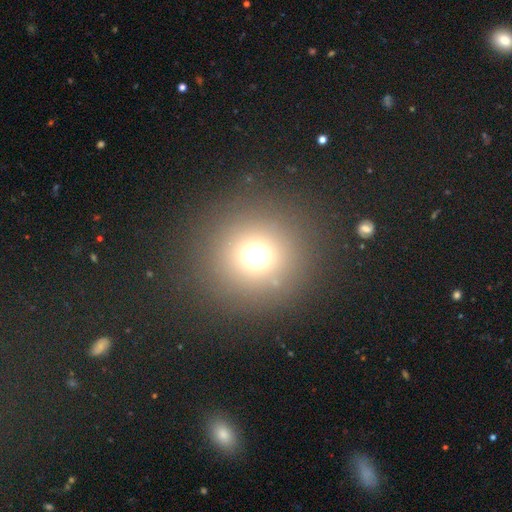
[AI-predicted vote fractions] Smooth or featured: smooth — 66% (star or artifact — 26%)
How rounded: round — 93% (in between — 6%)
Merging: none — 87% (minor disturbance — 6%)